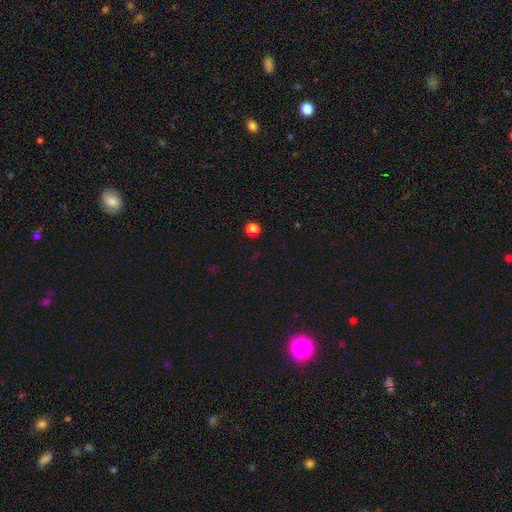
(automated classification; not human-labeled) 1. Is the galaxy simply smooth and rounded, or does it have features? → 54% star or artifact, 41% smooth, 5% featured or disk.